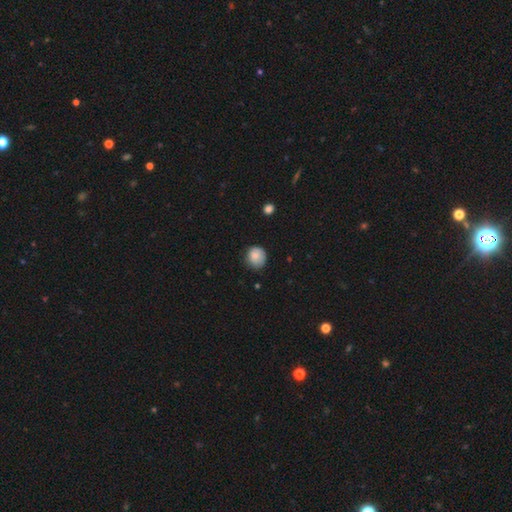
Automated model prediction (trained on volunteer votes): This appears to be a smooth galaxy with no disk features (83%) that is round (81%). Merging: none (70%).